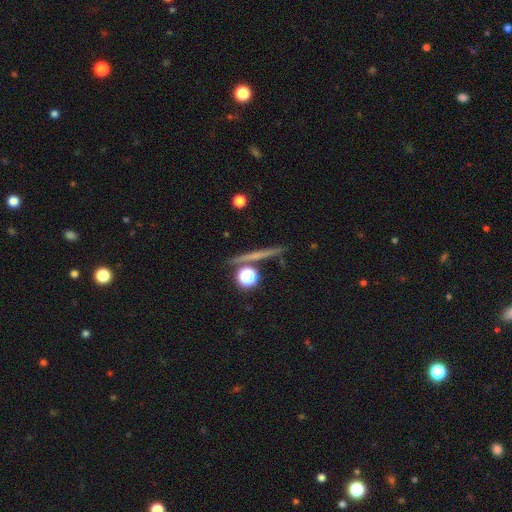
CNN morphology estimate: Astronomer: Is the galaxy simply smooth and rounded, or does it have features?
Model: featured or disk — 41% (runner-up: smooth, 39%).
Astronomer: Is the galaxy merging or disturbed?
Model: none — 86%.